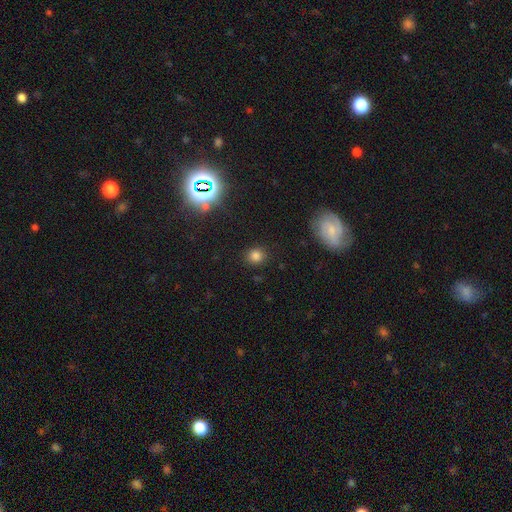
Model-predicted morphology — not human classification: smooth_or_featured: smooth (p=0.78) [alt: star or artifact p=0.17]
how_rounded: round (p=0.83) [alt: in between p=0.16]
merging: none (p=0.88) [alt: minor disturbance p=0.08]